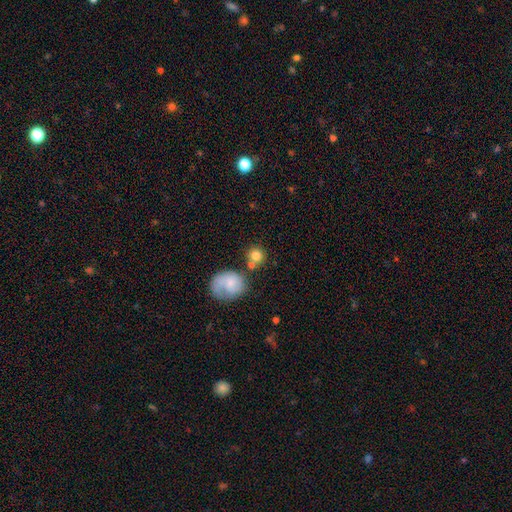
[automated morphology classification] Smooth or featured? Predicted: smooth (p=0.79). How rounded? Predicted: round (p=0.87). Merging? Predicted: none (p=0.64).